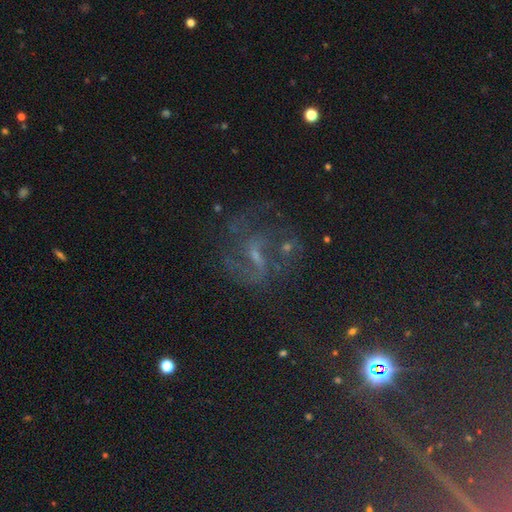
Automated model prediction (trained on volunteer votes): This is possibly a featured or disk galaxy (58%). It is clearly not viewed edge-on (96%). Bar: possibly weak (52%). Spiral arm pattern: clearly yes (84%). Central bulge: possibly small (57%). Merging: possibly none (55%).